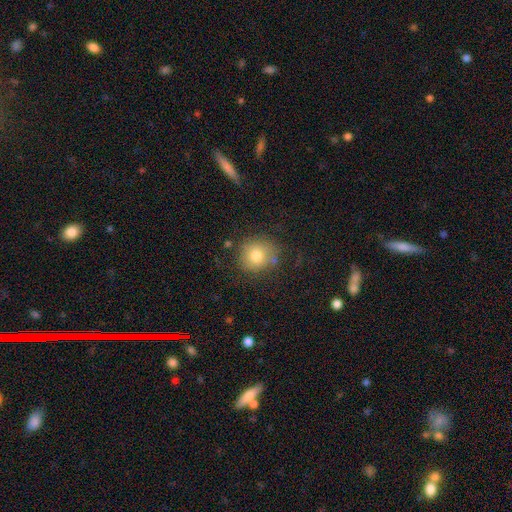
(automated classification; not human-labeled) Smooth or featured: smooth — 72% (featured or disk — 14%)
How rounded: round — 85% (in between — 14%)
Merging: none — 78% (minor disturbance — 14%)